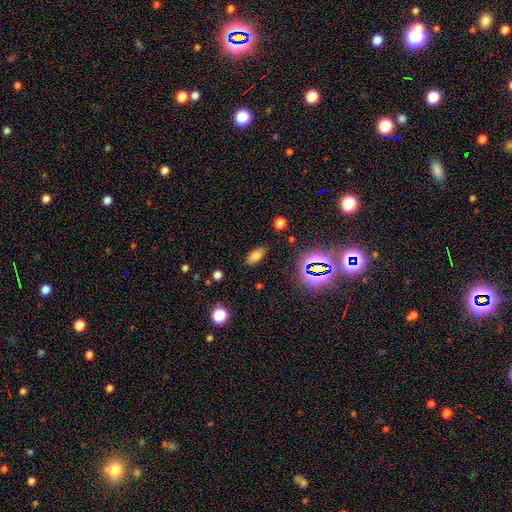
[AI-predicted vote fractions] Smooth or featured?
  - smooth: 72% *
  - star or artifact: 18%
  - featured or disk: 10%
How rounded?
  - in between: 89% *
  - cigar-shaped: 6%
  - round: 5%
Merging?
  - none: 85% *
  - minor disturbance: 11%
  - major disturbance: 3%
  - merger: 2%